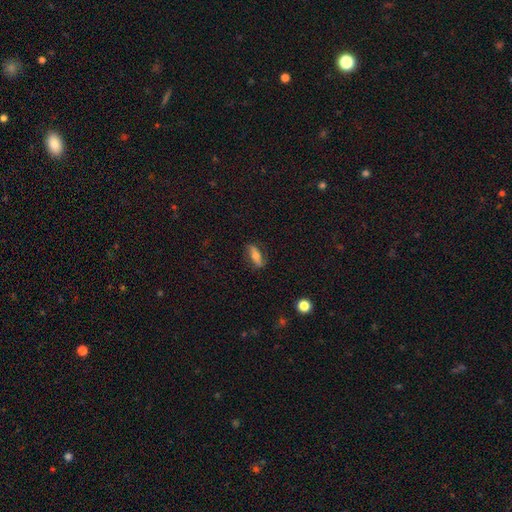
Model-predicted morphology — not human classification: A smooth galaxy with no disk features (50%).

Vote fractions:
- Smooth or featured? smooth: 50% / featured or disk: 42% / star or artifact: 8%
- Merging? none: 77% / minor disturbance: 16% / major disturbance: 5% / merger: 1%